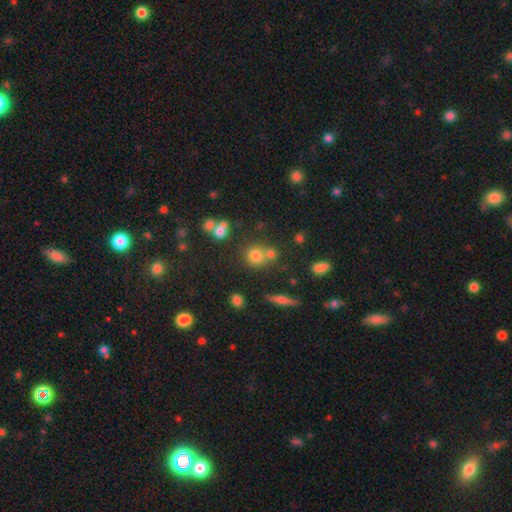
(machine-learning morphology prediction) This appears to be a smooth galaxy with no disk features (71%) that is round (86%). Merging: none (57%).